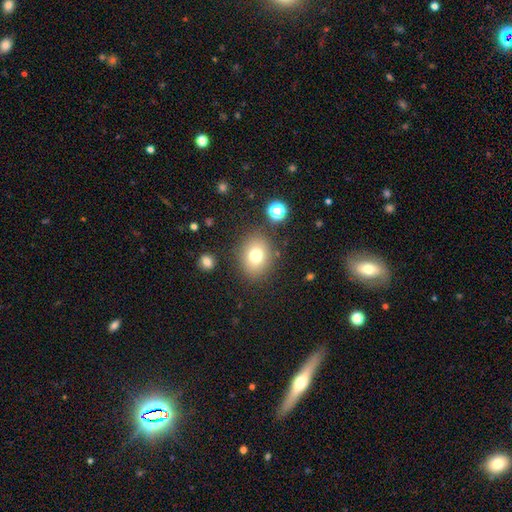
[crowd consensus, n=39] A smooth galaxy with no disk features (85%) that is round (52%).

Vote fractions:
- Smooth or featured? smooth: 85% / star or artifact: 10% / featured or disk: 5%
- How rounded? round: 52% / in between: 48% / cigar-shaped: 0%
- Merging? none: 89% / minor disturbance: 9% / major disturbance: 3% / merger: 0%